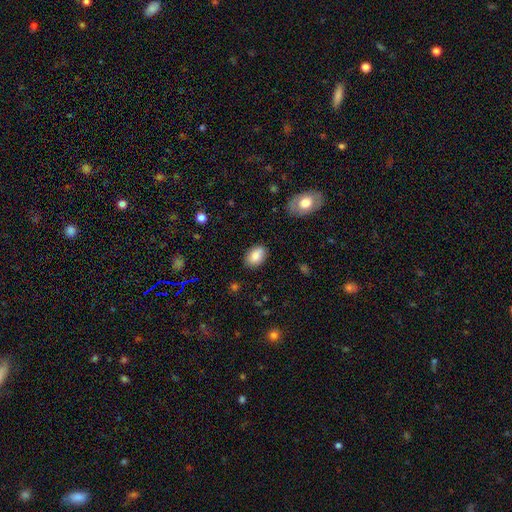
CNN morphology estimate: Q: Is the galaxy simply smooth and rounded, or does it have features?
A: smooth — 84%.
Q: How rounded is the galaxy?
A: in between — 87%.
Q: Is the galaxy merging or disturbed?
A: none — 85%.